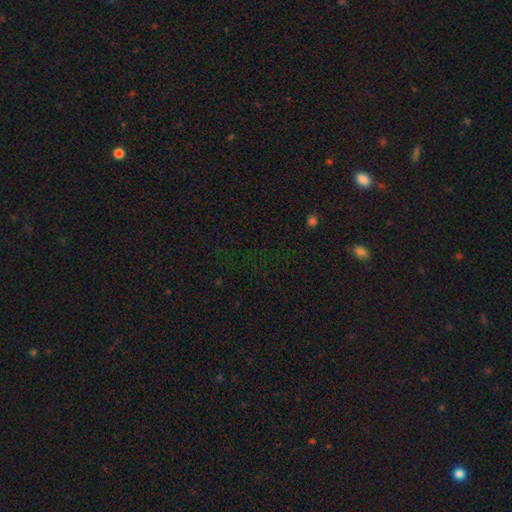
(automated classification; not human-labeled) Q: Smooth or featured?
A: star or artifact (68%); runner-up: smooth (21%)